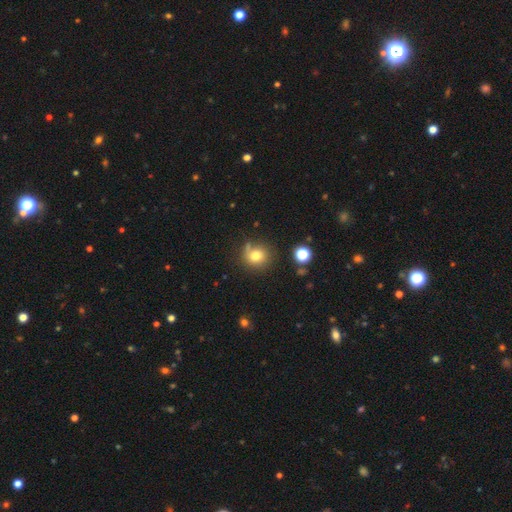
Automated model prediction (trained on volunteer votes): The model was most divided on "merging": none: 69%, minor disturbance: 17%, merger: 7%, major disturbance: 6%. More confident: how rounded — round (85%); smooth or featured — smooth (77%).